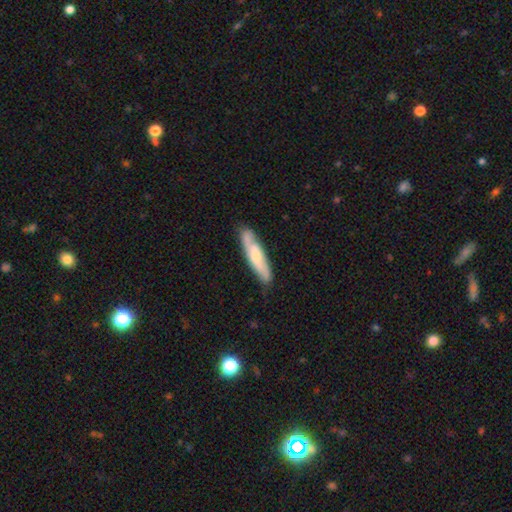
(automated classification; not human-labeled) Morphology: type=smooth (51%); roundness=cigar-shaped (75%); merging=none (76%).